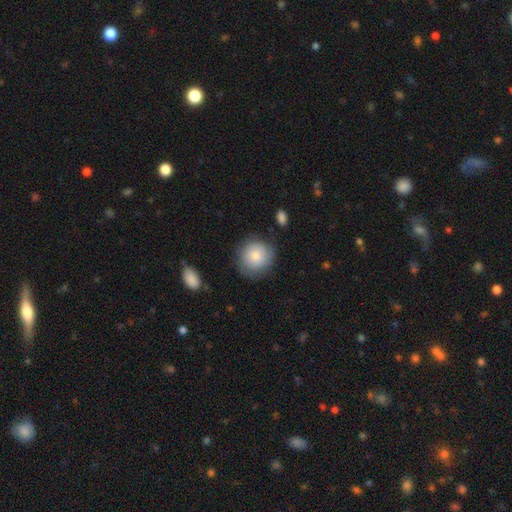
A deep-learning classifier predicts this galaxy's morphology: type=smooth (79%); roundness=round (90%); merging=none (76%).